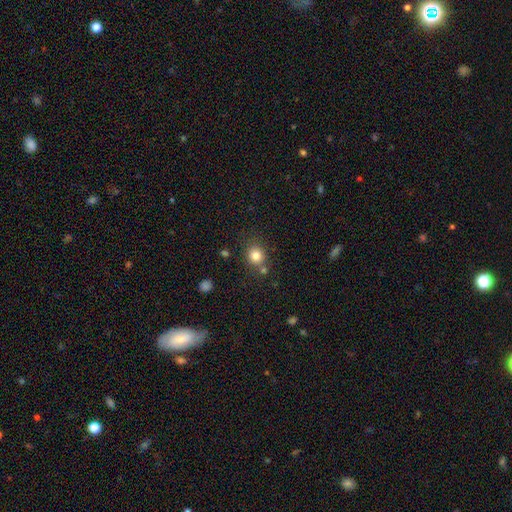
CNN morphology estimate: This appears to be a smooth galaxy with no disk features (81%) that is round (81%). Merging: none (74%).